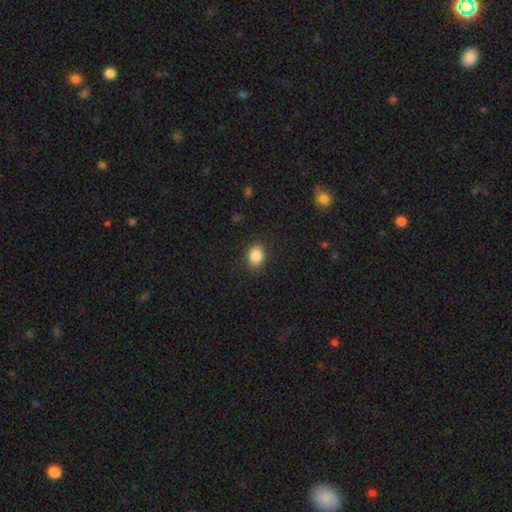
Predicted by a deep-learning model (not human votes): Smooth or featured: smooth — 87% (star or artifact — 9%)
How rounded: in between — 65% (round — 34%)
Merging: none — 87% (minor disturbance — 9%)